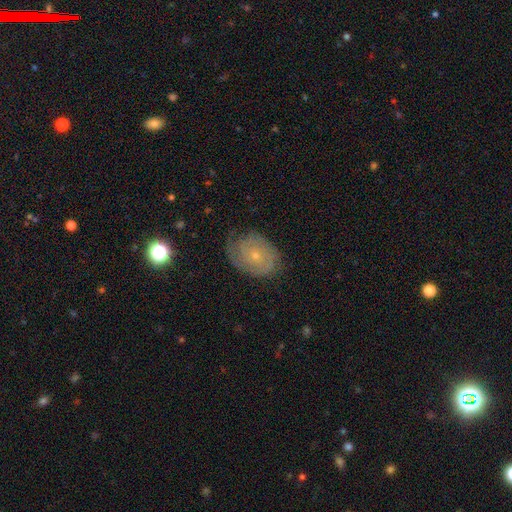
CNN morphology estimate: featured or disk 69%, smooth 23%, star or artifact 8%. Down the decision tree: edge-on disk — no (97%); bar — no (81%); spiral arms — yes (88%); spiral arm count — can't tell (39%); spiral winding — tight (68%); bulge size — small (78%); merging — none (69%).